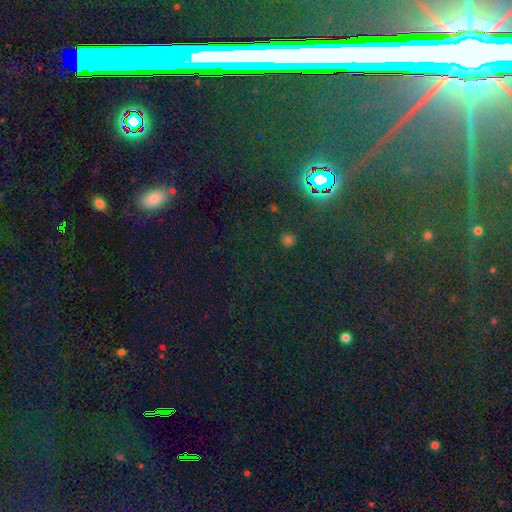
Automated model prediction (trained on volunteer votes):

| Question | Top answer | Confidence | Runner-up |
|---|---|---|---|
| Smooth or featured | star or artifact | 74% | smooth (16%) |